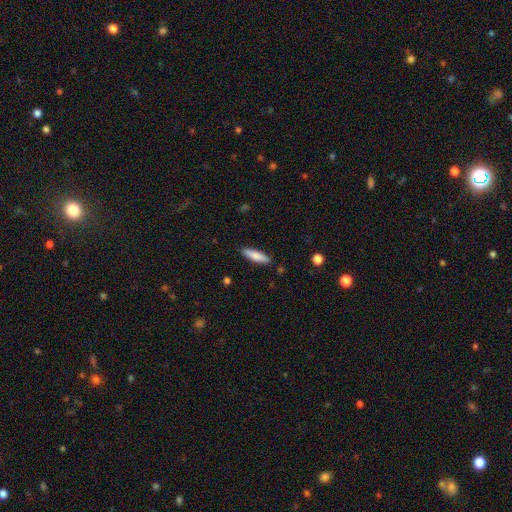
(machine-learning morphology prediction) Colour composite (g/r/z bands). It shows a smooth galaxy with no disk features (81%) that is cigar-shaped (71%). Merging: none (88%).